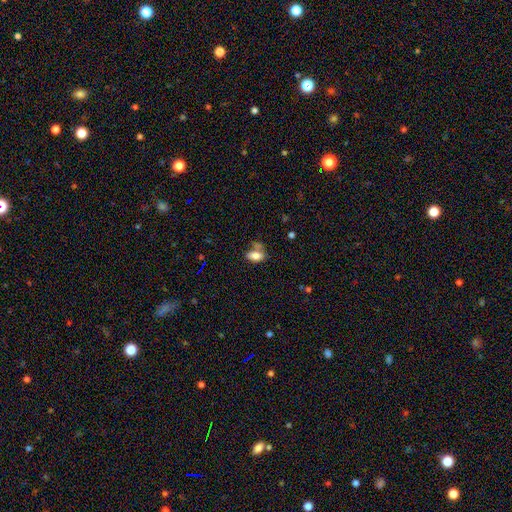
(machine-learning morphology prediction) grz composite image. It shows a smooth galaxy with no disk features (80%) that is in between round and cigar-shaped (89%). Merging: none (49%).